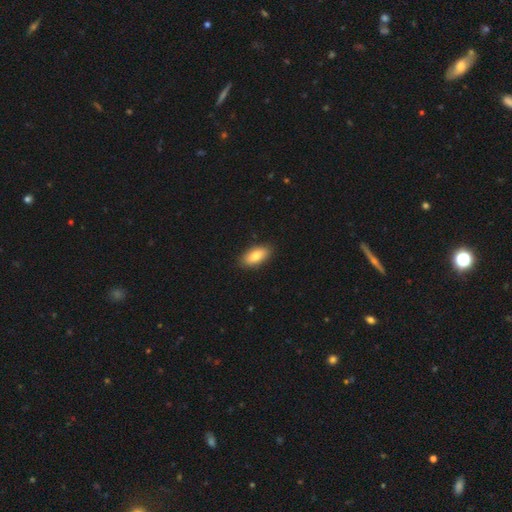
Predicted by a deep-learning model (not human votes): Q: Smooth or featured?
A: smooth (82%); runner-up: featured or disk (12%)
Q: How rounded?
A: in between (91%); runner-up: cigar-shaped (6%)
Q: Merging?
A: none (88%); runner-up: minor disturbance (9%)